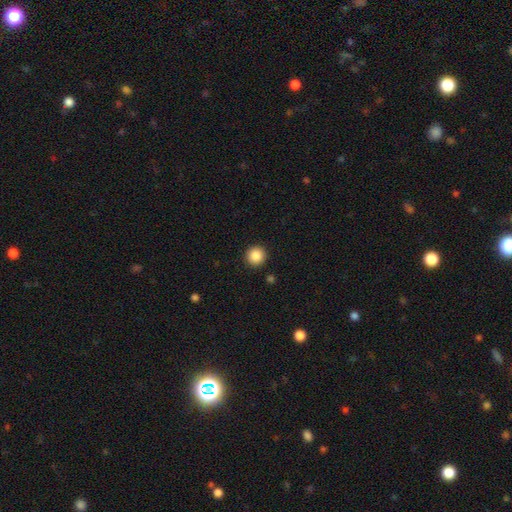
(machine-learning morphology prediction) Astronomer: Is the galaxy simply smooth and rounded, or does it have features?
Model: smooth — 87%.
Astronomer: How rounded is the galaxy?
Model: round — 95%.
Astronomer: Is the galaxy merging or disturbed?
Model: none — 92%.